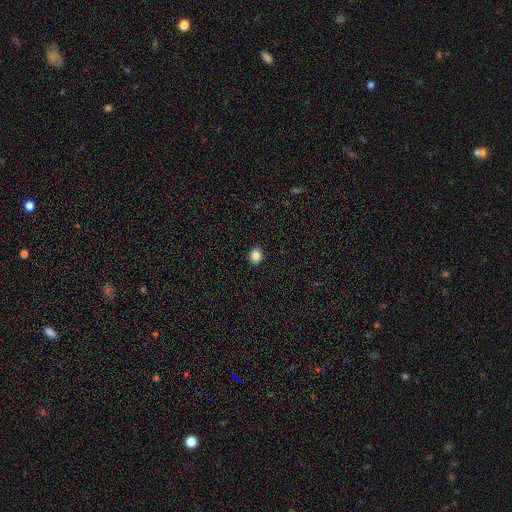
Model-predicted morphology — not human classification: The model was most divided on "how rounded": round: 63%, in between: 36%, cigar-shaped: 1%. More confident: merging — none (91%); smooth or featured — smooth (85%).